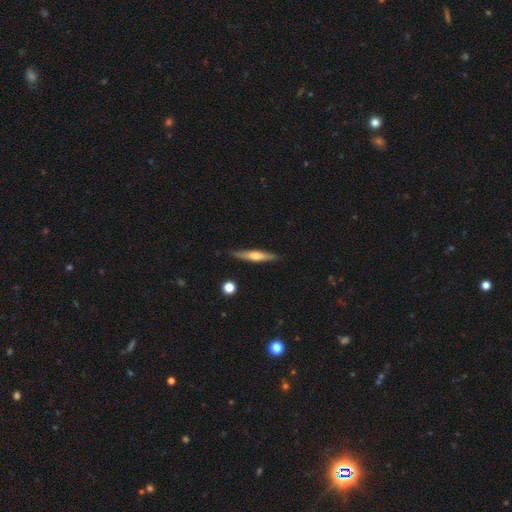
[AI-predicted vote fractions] Smooth or featured: featured or disk — 56% (smooth — 38%)
Edge-on disk: yes — 95% (no — 5%)
Edge-on bulge: rounded — 86% (none — 9%)
Merging: none — 88% (minor disturbance — 9%)